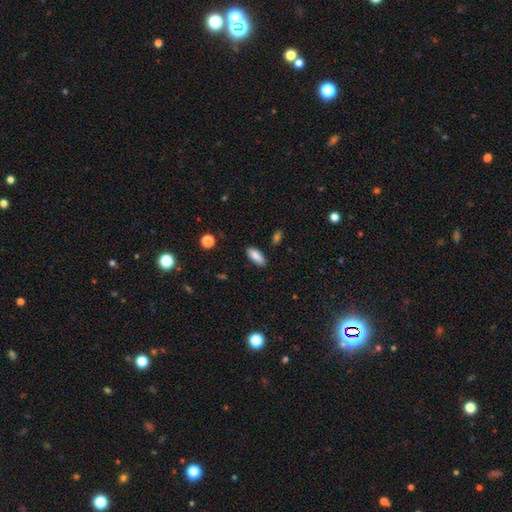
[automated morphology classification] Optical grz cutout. It shows a smooth galaxy with no disk features (87%) that is in between round and cigar-shaped (83%). Merging: none (83%).